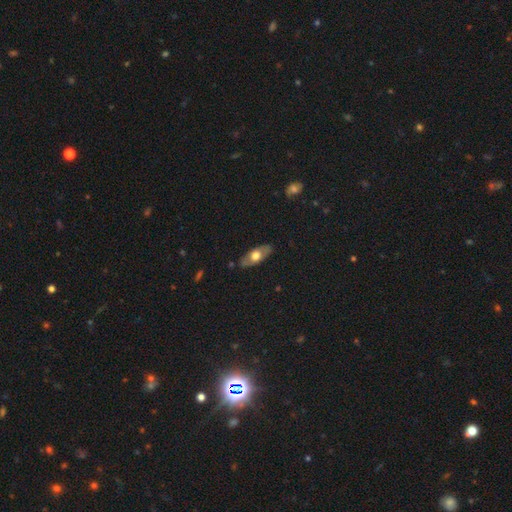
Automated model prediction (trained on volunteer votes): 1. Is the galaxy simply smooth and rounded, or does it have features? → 49% smooth, 45% featured or disk, 5% star or artifact.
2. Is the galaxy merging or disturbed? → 83% none, 13% minor disturbance, 3% major disturbance, 1% merger.